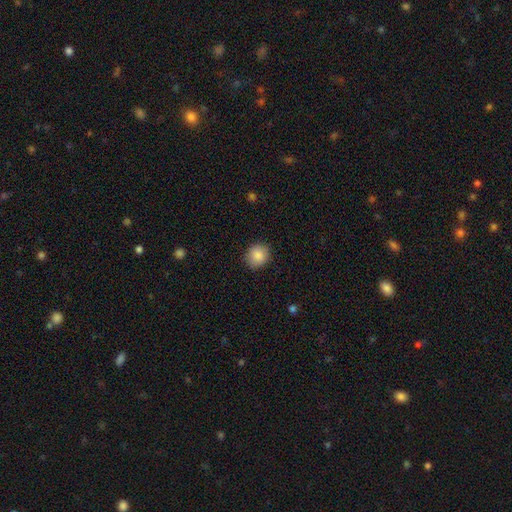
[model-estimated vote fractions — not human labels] Smooth or featured: smooth — 87% (star or artifact — 8%)
How rounded: round — 79% (in between — 20%)
Merging: none — 87% (minor disturbance — 10%)